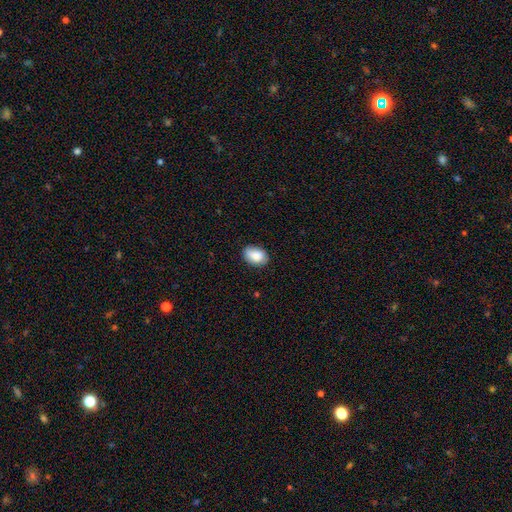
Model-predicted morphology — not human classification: Smooth or featured? smooth (85%)
How rounded? in between (81%)
Merging? none (80%)